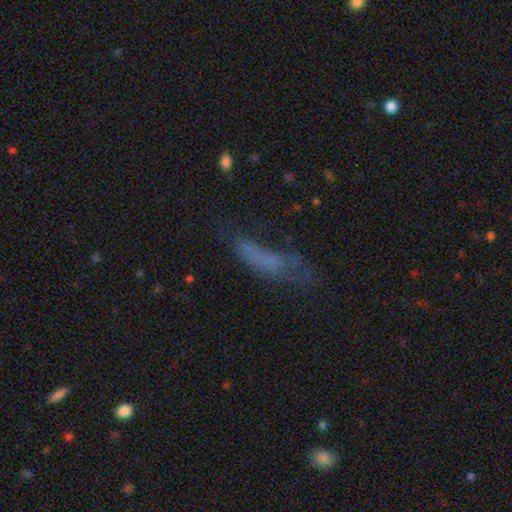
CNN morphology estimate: type=smooth (51%); roundness=cigar-shaped (55%); merging=none (38%).